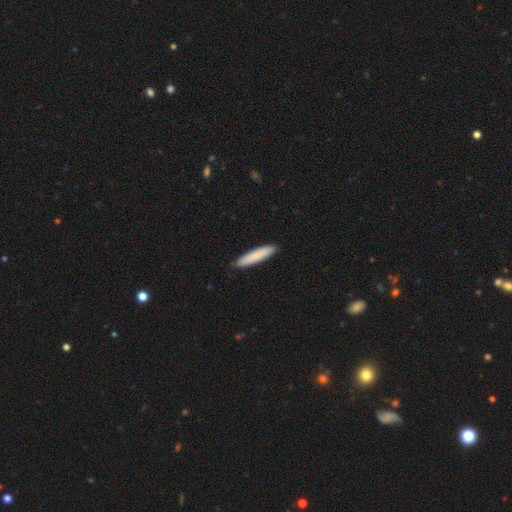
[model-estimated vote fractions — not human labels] A smooth galaxy with no disk features (85%) that is cigar-shaped (87%).

Vote fractions:
- Smooth or featured? smooth: 85% / featured or disk: 10% / star or artifact: 5%
- How rounded? cigar-shaped: 87% / in between: 12% / round: 1%
- Merging? none: 90% / minor disturbance: 8% / major disturbance: 1% / merger: 1%